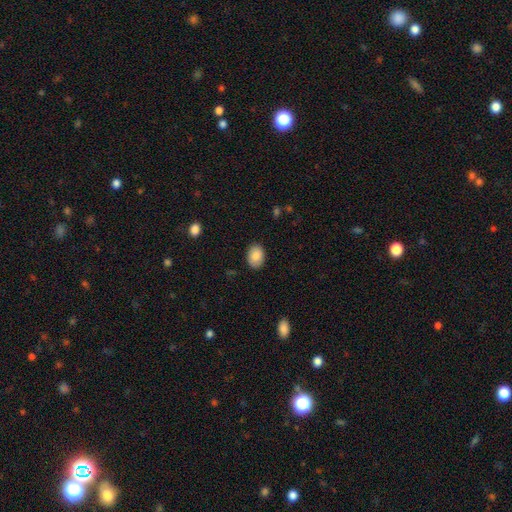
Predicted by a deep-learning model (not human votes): A smooth galaxy with no disk features (87%) that is in between round and cigar-shaped (78%).

Vote fractions:
- Smooth or featured? smooth: 87% / star or artifact: 7% / featured or disk: 6%
- How rounded? in between: 78% / round: 21% / cigar-shaped: 1%
- Merging? none: 88% / minor disturbance: 9% / major disturbance: 2% / merger: 1%